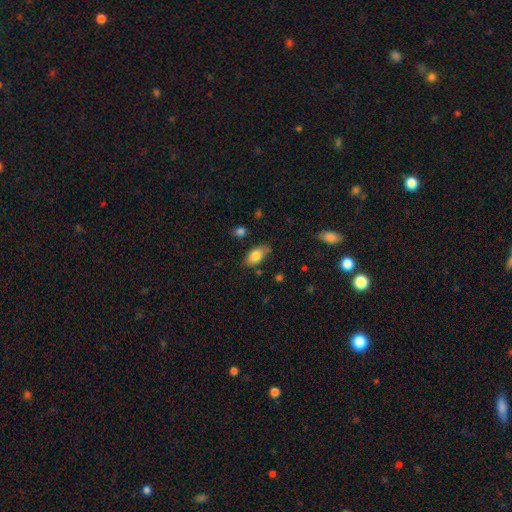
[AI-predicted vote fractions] Q: Smooth or featured?
A: smooth (79%); runner-up: featured or disk (13%)
Q: How rounded?
A: in between (89%); runner-up: round (6%)
Q: Merging?
A: none (74%); runner-up: minor disturbance (20%)